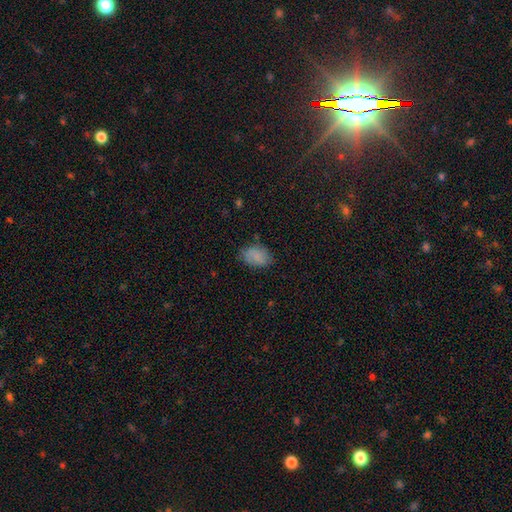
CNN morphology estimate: This is likely a smooth galaxy (79%). How rounded: clearly in between (86%). Merging: likely none (73%).